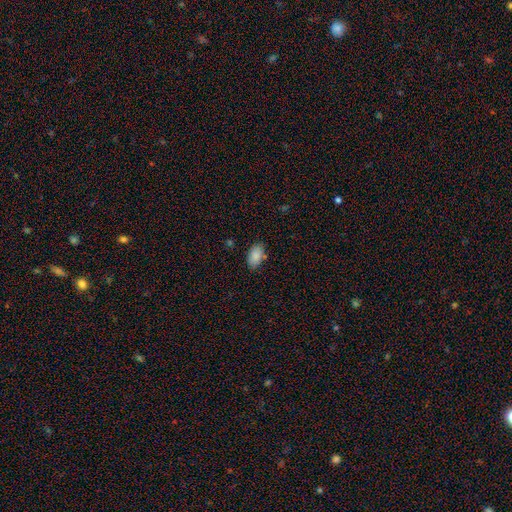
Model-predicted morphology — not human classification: The model was most divided on "merging": none: 77%, minor disturbance: 16%, merger: 4%, major disturbance: 3%. More confident: how rounded — in between (93%); smooth or featured — smooth (87%).